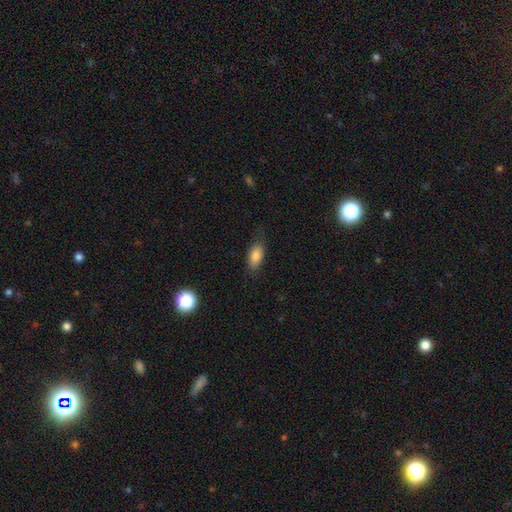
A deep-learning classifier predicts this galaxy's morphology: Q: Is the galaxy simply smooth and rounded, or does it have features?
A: smooth — 83%.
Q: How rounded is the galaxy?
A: in between — 88%.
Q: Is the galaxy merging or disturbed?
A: none — 73%.